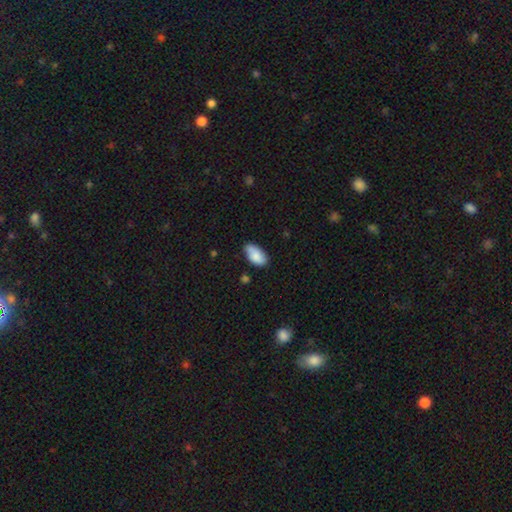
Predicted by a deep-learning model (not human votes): smooth-or-featured: smooth: 85% | featured or disk: 9% | star or artifact: 7%
  how-rounded: in between: 94% | round: 3% | cigar-shaped: 3%
  merging: none: 64% | minor disturbance: 29% | major disturbance: 4% | merger: 3%